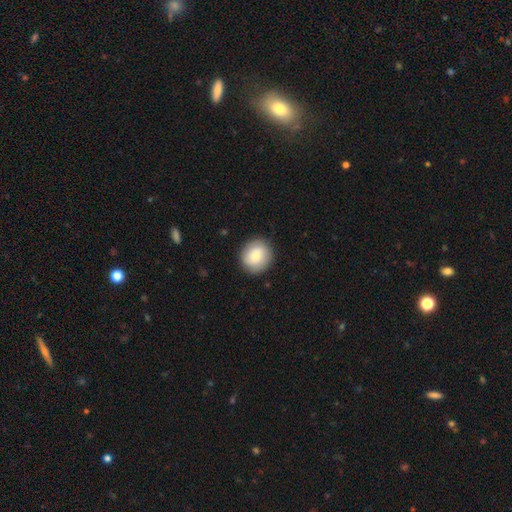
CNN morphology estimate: smooth 76%, featured or disk 17%, star or artifact 7%. Down the decision tree: how rounded — round (86%); merging — none (87%).